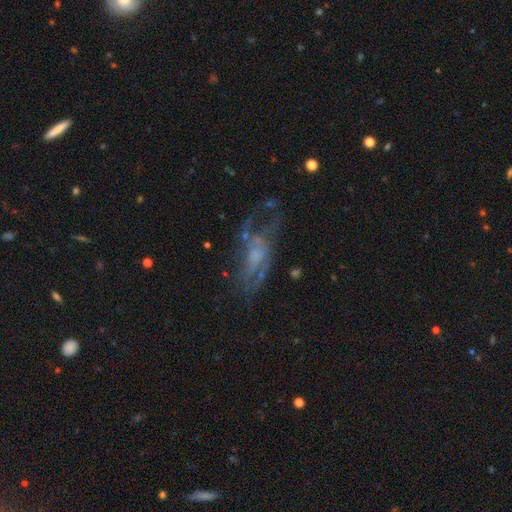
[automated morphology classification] type=featured or disk (69%); edge-on=no (90%); bar=no (66%); spiral arms=yes (64%); bulge=small (41%); merging=none (44%).